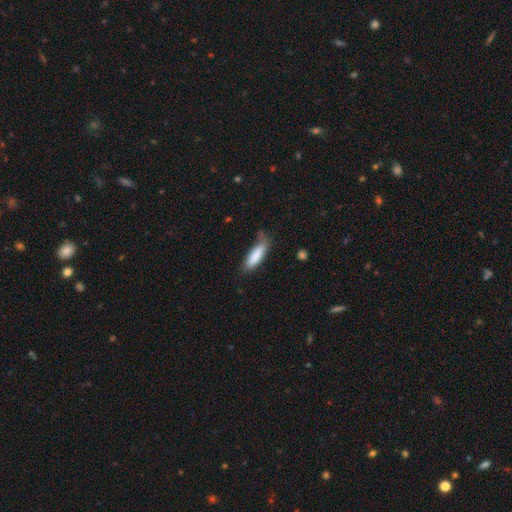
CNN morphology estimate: smooth 85%, featured or disk 9%, star or artifact 6%. Down the decision tree: how rounded — cigar-shaped (51%); merging — none (57%).